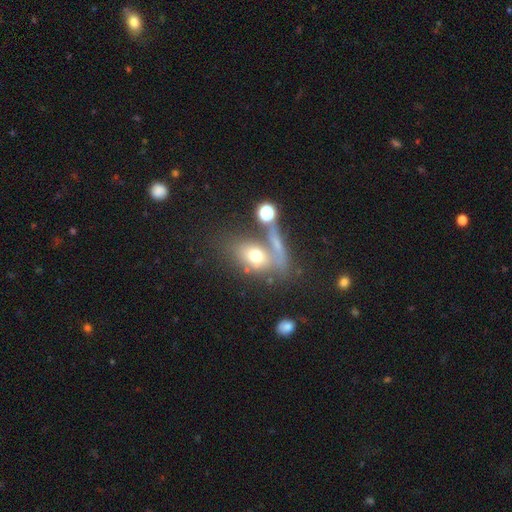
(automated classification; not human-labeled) smooth 63%, featured or disk 25%, star or artifact 13%. Down the decision tree: how rounded — in between (70%); merging — none (41%).